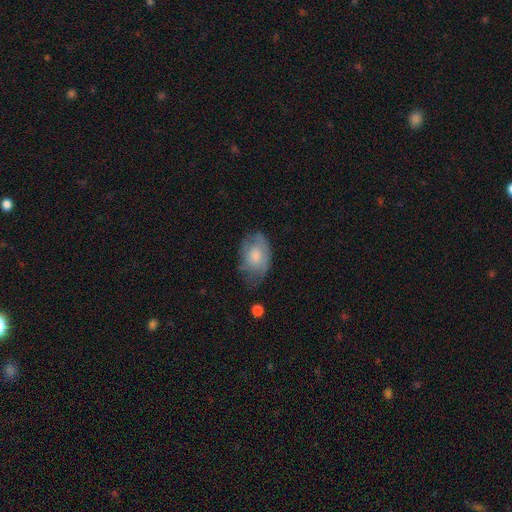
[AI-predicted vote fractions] This is likely a smooth galaxy (60%). How rounded: clearly in between (88%). Merging: marginally none (44%).